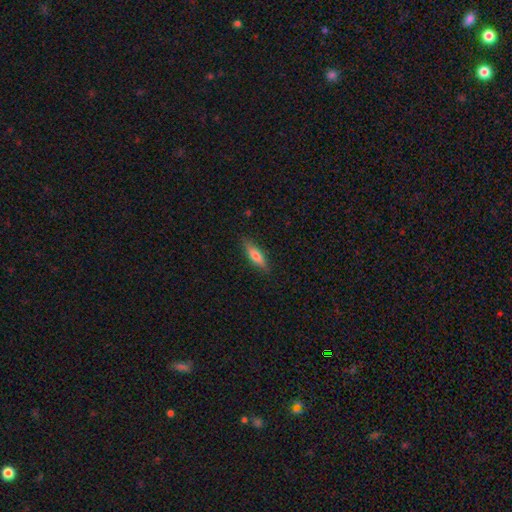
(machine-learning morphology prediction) Q: Smooth or featured?
A: smooth (69%); runner-up: featured or disk (25%)
Q: How rounded?
A: cigar-shaped (58%); runner-up: in between (40%)
Q: Merging?
A: none (84%); runner-up: minor disturbance (12%)